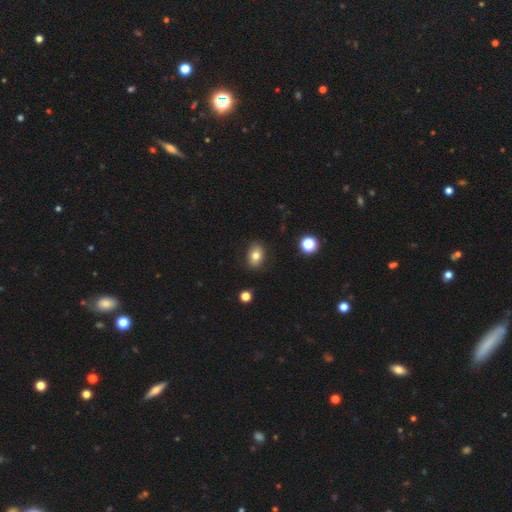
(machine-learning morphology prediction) This appears to be a smooth galaxy with no disk features (79%) that is in between round and cigar-shaped (75%). Merging: none (85%).